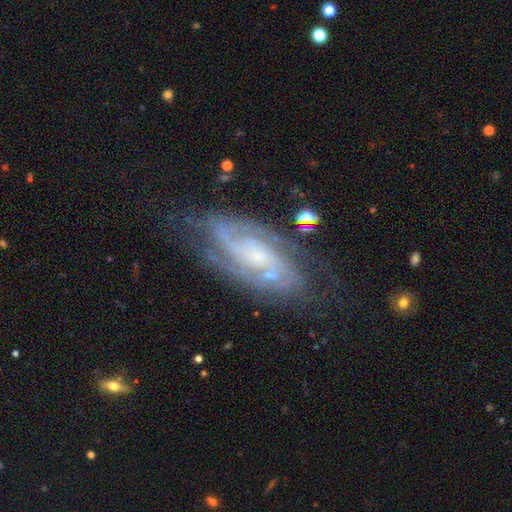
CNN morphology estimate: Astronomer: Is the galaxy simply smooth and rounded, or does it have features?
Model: featured or disk — 86%.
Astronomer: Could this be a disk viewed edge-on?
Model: no — 93%.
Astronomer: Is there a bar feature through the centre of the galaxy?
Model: no — 60%.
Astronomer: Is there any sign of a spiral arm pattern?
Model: yes — 96%.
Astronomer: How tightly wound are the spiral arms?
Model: tight — 58% (runner-up: medium, 34%).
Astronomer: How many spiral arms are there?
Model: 2 — 46% (runner-up: can't tell, 24%).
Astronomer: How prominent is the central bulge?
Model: small — 65%.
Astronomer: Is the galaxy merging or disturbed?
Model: none — 69%.